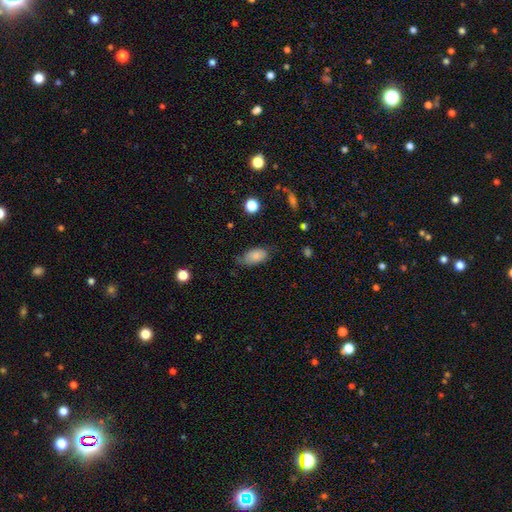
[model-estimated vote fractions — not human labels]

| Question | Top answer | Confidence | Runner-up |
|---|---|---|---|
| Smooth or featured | smooth | 81% | featured or disk (11%) |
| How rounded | in between | 93% | round (4%) |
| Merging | none | 57% | minor disturbance (32%) |